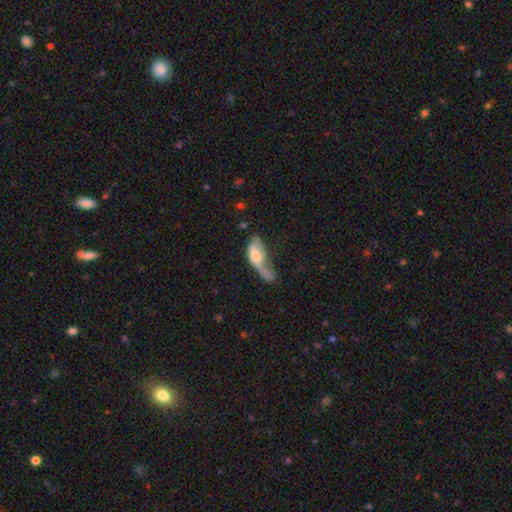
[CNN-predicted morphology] smooth-or-featured: smooth: 50% | featured or disk: 42% | star or artifact: 8%
  merging: major disturbance: 41% | minor disturbance: 20% | merger: 20% | none: 19%